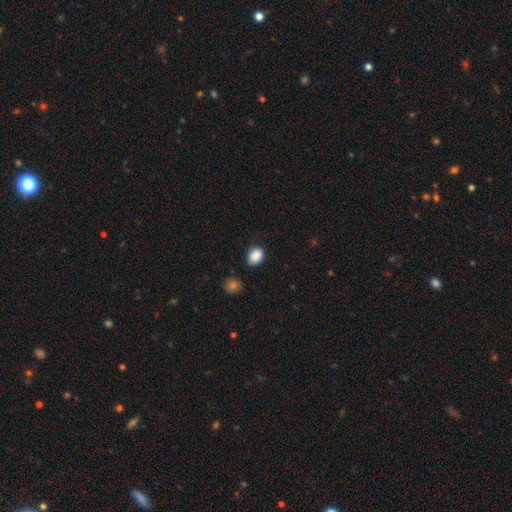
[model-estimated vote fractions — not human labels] Smooth or featured: smooth — 88% (star or artifact — 9%)
How rounded: in between — 53% (round — 46%)
Merging: none — 79% (minor disturbance — 15%)